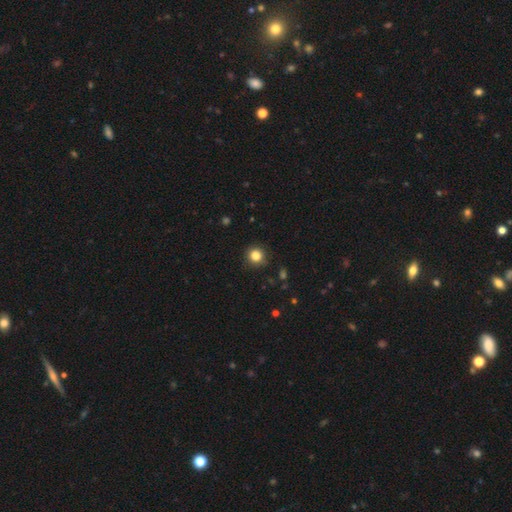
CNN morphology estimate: smooth-or-featured: smooth: 83% | star or artifact: 12% | featured or disk: 5%
  how-rounded: round: 93% | in between: 6% | cigar-shaped: 1%
  merging: none: 90% | minor disturbance: 7% | major disturbance: 2% | merger: 1%